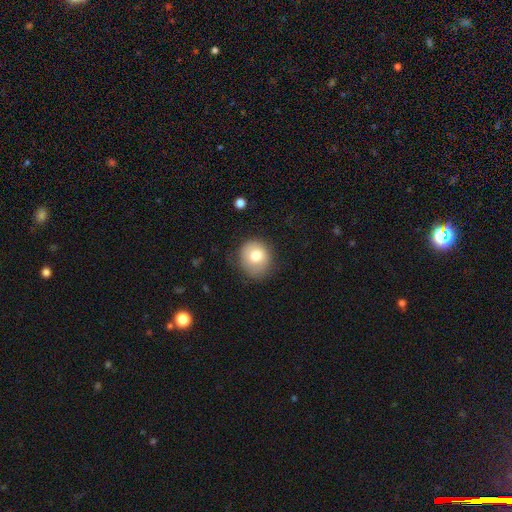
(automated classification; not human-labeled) Smooth or featured: smooth — 77% (featured or disk — 14%)
How rounded: round — 81% (in between — 18%)
Merging: none — 74% (minor disturbance — 19%)